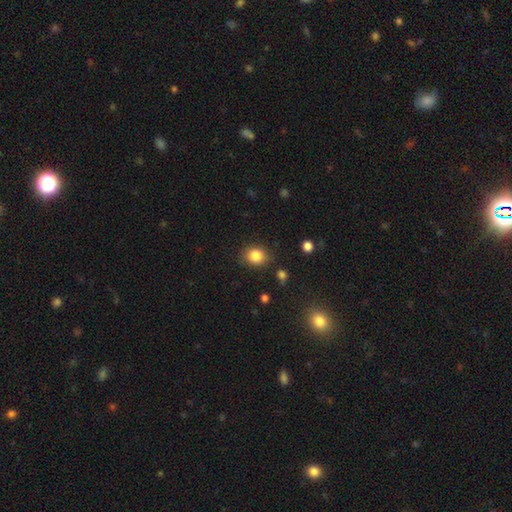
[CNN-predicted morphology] Q: Smooth or featured?
A: smooth (85%); runner-up: star or artifact (10%)
Q: How rounded?
A: round (55%); runner-up: in between (44%)
Q: Merging?
A: none (84%); runner-up: minor disturbance (11%)